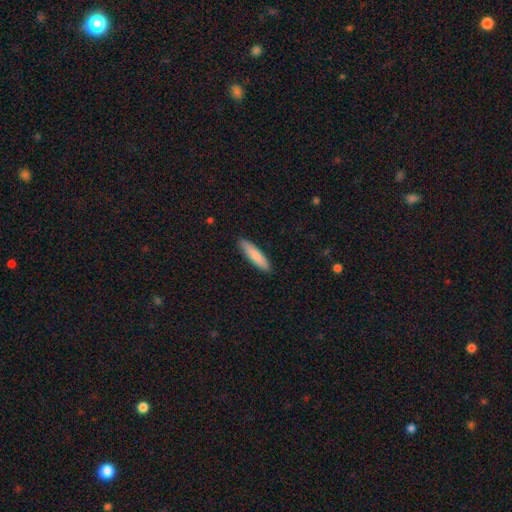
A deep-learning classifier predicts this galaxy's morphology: This appears to be a smooth galaxy with no disk features (83%) that is cigar-shaped (78%). Merging: none (90%).